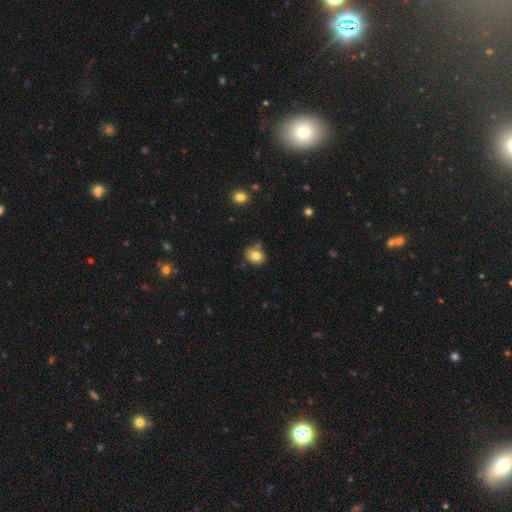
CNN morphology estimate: smooth_or_featured: smooth (p=0.78) [alt: featured or disk p=0.11]
how_rounded: round (p=0.69) [alt: in between p=0.30]
merging: none (p=0.69) [alt: minor disturbance p=0.19]